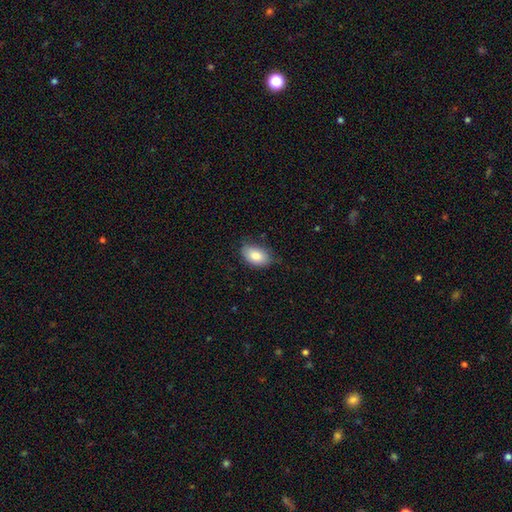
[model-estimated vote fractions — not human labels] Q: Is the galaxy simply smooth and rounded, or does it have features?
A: smooth — 85%.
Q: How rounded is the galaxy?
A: in between — 92%.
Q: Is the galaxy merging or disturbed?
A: none — 73%.